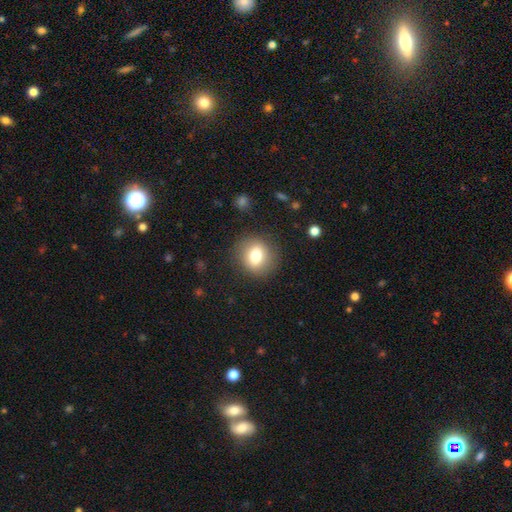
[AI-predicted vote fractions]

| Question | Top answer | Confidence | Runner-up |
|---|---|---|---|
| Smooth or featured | smooth | 75% | featured or disk (15%) |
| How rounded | round | 73% | in between (26%) |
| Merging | none | 86% | minor disturbance (9%) |